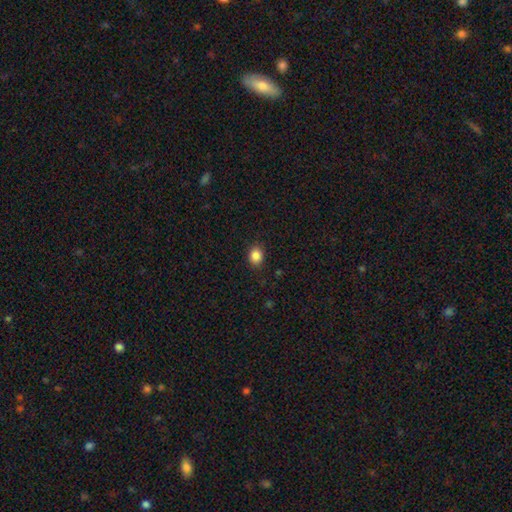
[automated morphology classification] Smooth or featured? smooth (86%)
How rounded? round (60%)
Merging? none (88%)